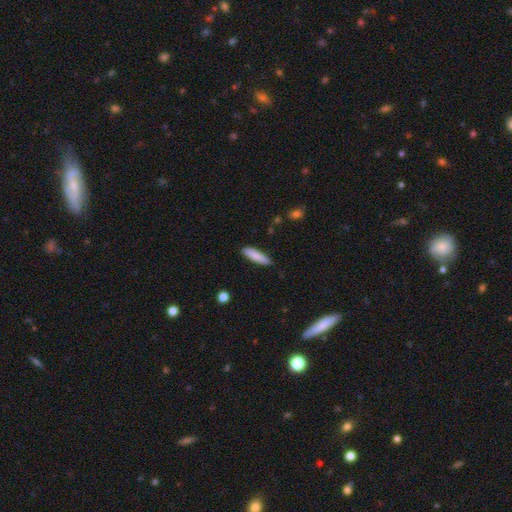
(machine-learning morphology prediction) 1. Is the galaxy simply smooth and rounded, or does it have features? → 86% smooth, 8% featured or disk, 6% star or artifact.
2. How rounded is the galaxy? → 74% cigar-shaped, 25% in between, 1% round.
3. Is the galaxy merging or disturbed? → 87% none, 10% minor disturbance, 2% major disturbance, 1% merger.